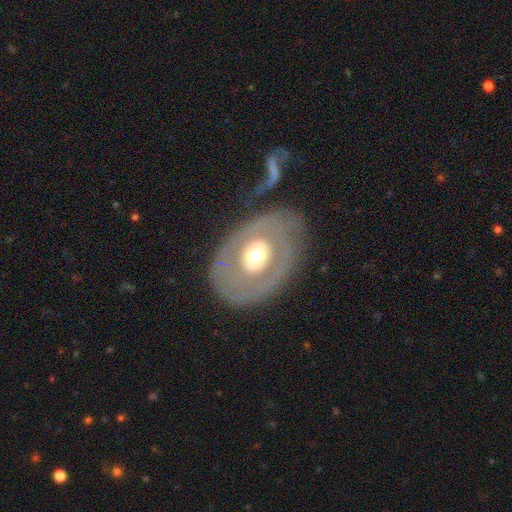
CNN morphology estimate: A featured or disk galaxy (61%) with no bar (80%), no spiral arms (81%) and a moderate central bulge (62%). Merging: none (72%).